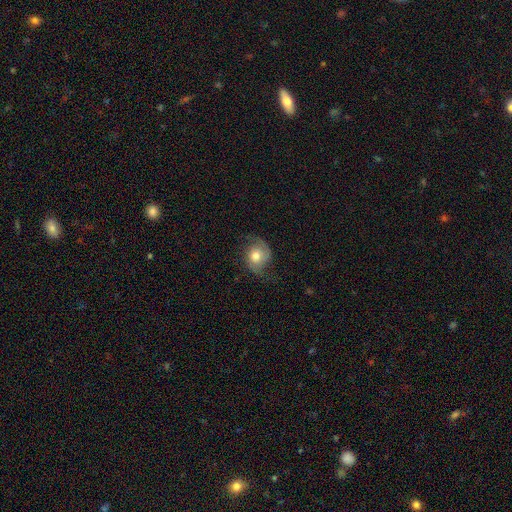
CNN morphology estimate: smooth_or_featured: smooth (p=0.47) [alt: featured or disk p=0.45]
merging: none (p=0.56) [alt: minor disturbance p=0.26]